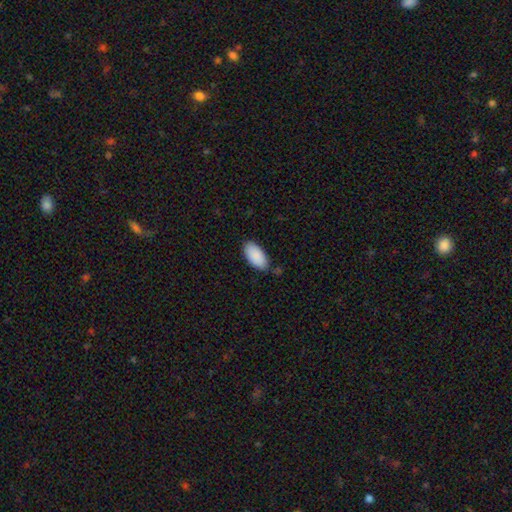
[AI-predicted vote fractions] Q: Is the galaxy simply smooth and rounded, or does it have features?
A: smooth — 90%.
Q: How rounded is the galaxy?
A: in between — 95%.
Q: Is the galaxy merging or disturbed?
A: none — 79%.